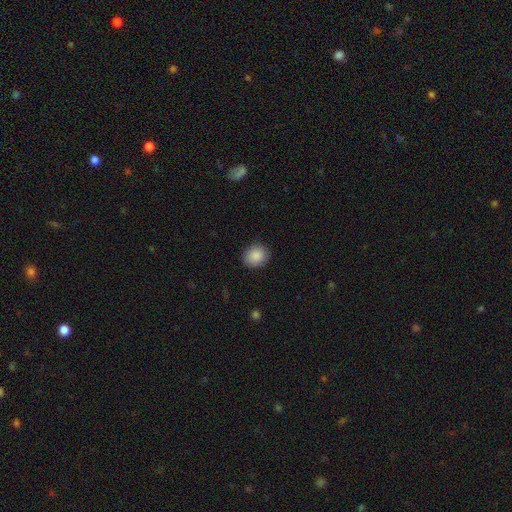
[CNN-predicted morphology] smooth-or-featured: smooth: 89% | star or artifact: 7% | featured or disk: 3%
  how-rounded: round: 69% | in between: 30% | cigar-shaped: 1%
  merging: none: 87% | minor disturbance: 10% | major disturbance: 2% | merger: 1%